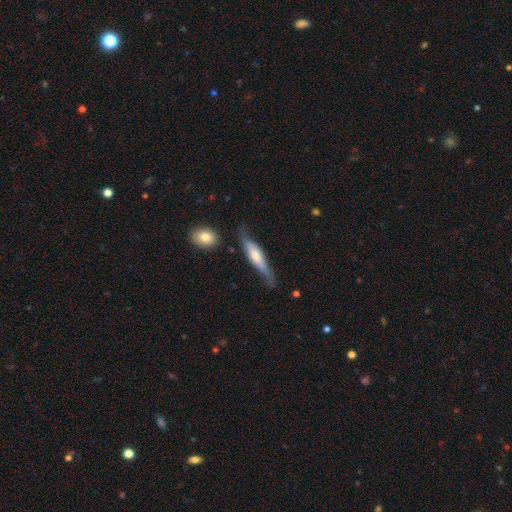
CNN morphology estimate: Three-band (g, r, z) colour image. It shows a smooth galaxy with no disk features (49%). Merging: none (61%).